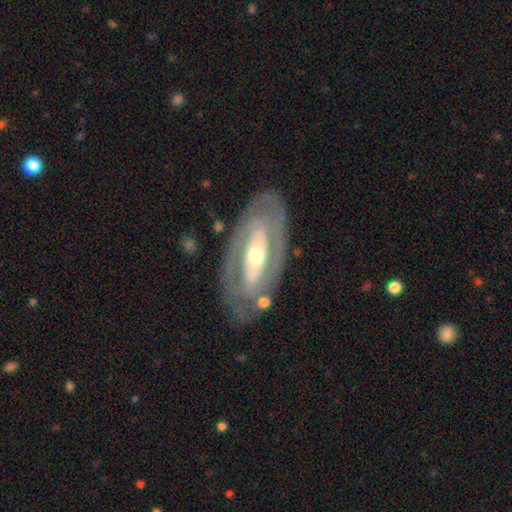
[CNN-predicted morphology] type=featured or disk (80%); edge-on=no (90%); bar=no (40%); spiral arms=yes (59%); bulge=moderate (60%); merging=none (79%).